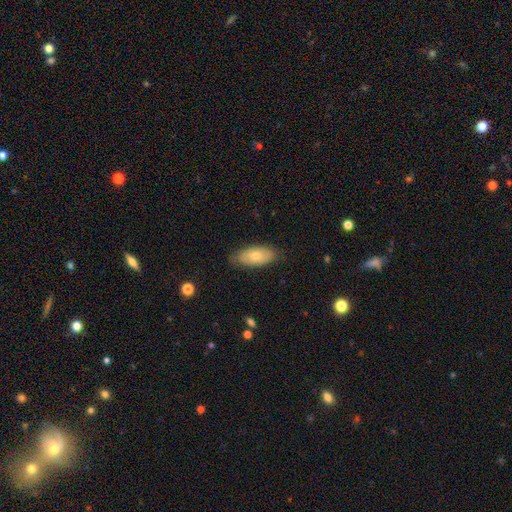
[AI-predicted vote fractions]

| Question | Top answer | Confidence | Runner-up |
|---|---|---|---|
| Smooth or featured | smooth | 64% | featured or disk (29%) |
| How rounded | in between | 85% | cigar-shaped (12%) |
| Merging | none | 82% | minor disturbance (14%) |